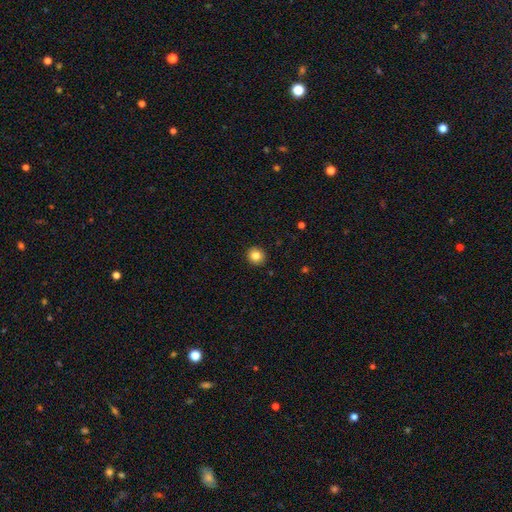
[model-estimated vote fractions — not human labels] Morphology: type=smooth (84%); roundness=round (92%); merging=none (93%).